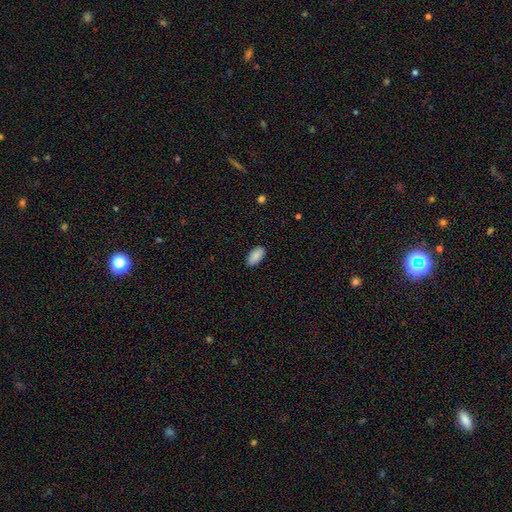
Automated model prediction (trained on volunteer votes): A smooth galaxy with no disk features (90%) that is in between round and cigar-shaped (95%). Merging: none (86%).